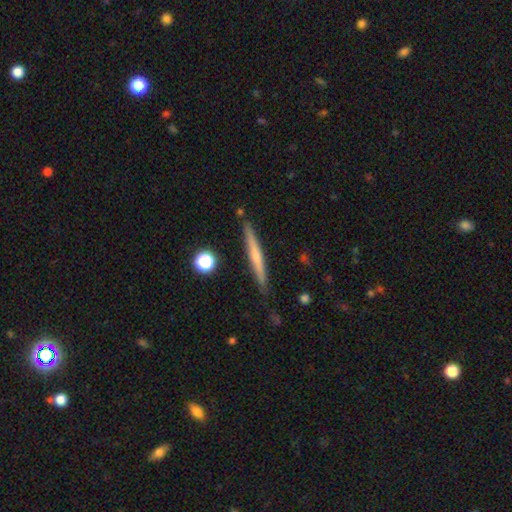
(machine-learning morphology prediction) A featured or disk galaxy (51%) viewed edge-on (97%).

Vote fractions:
- Smooth or featured? featured or disk: 51% / smooth: 42% / star or artifact: 6%
- Edge-on disk? yes: 97% / no: 3%
- Merging? none: 88% / minor disturbance: 9% / merger: 2% / major disturbance: 2%